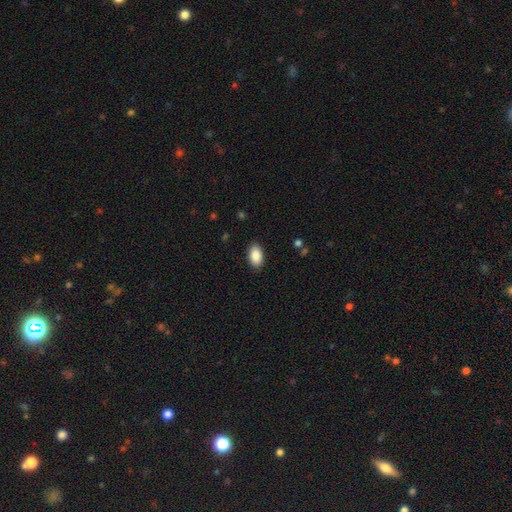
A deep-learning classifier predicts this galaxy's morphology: Smooth or featured? Predicted: smooth (p=0.89). How rounded? Predicted: in between (p=0.94). Merging? Predicted: none (p=0.88).